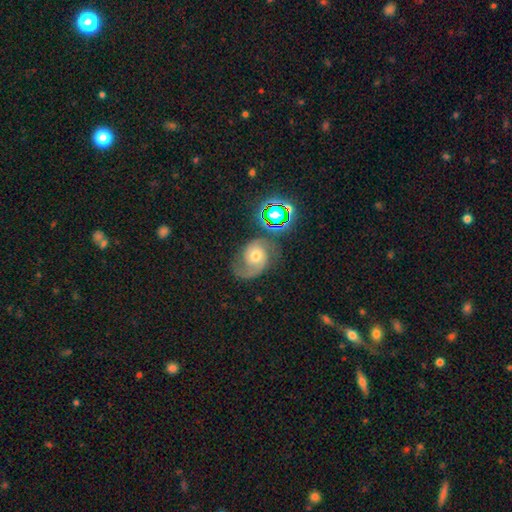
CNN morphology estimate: A featured or disk galaxy (75%) with no bar (70%), 2 (81%) medium (51%) spiral arms (95%) and a moderate central bulge (66%).

Vote fractions:
- Smooth or featured? featured or disk: 75% / smooth: 13% / star or artifact: 12%
- Edge-on disk? no: 97% / yes: 3%
- Bar? no: 70% / weak: 24% / strong: 6%
- Spiral arms? yes: 95% / no: 5%
- Spiral winding? medium: 51% / loose: 28% / tight: 22%
- Spiral arm count? 2: 81% / 1: 12% / can't tell: 4% / 3: 1% / 4: 1% / more than 4: 1%
- Bulge size? moderate: 66% / small: 21% / large: 10% / dominant: 2% / none: 2%
- Merging? none: 61% / minor disturbance: 20% / major disturbance: 14% / merger: 4%